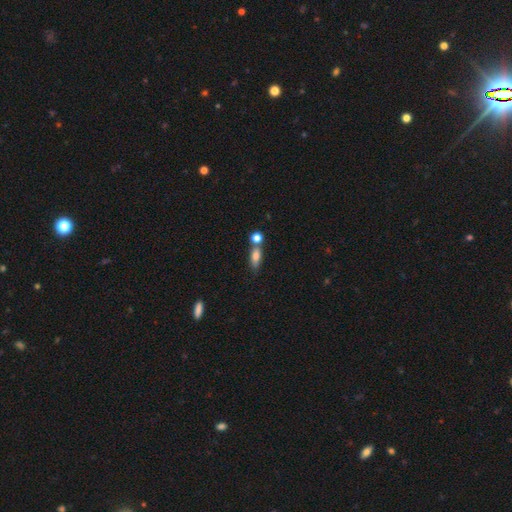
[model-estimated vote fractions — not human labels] smooth_or_featured: smooth (p=0.77) [alt: featured or disk p=0.13]
how_rounded: in between (p=0.69) [alt: cigar-shaped p=0.22]
merging: none (p=0.54) [alt: merger p=0.27]